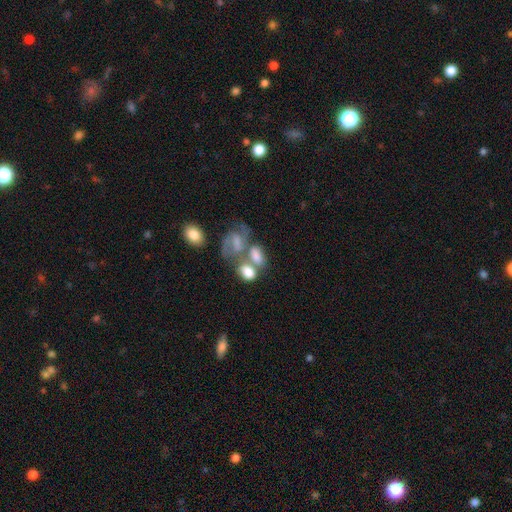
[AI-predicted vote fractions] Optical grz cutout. It shows a smooth galaxy with no disk features (57%) that is in between round and cigar-shaped (79%). Merging: merger (52%).